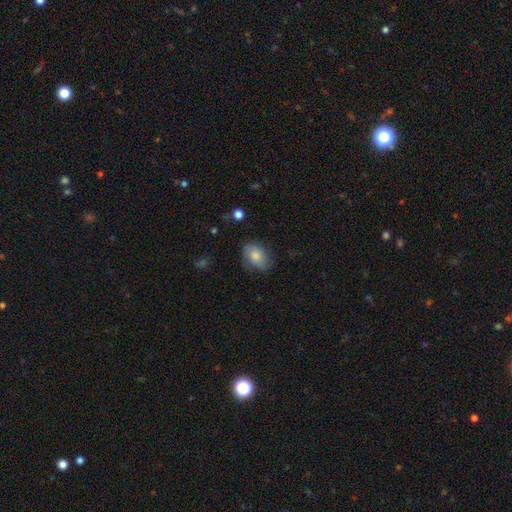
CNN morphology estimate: smooth 67%, featured or disk 25%, star or artifact 8%. Down the decision tree: how rounded — in between (79%); merging — none (71%).